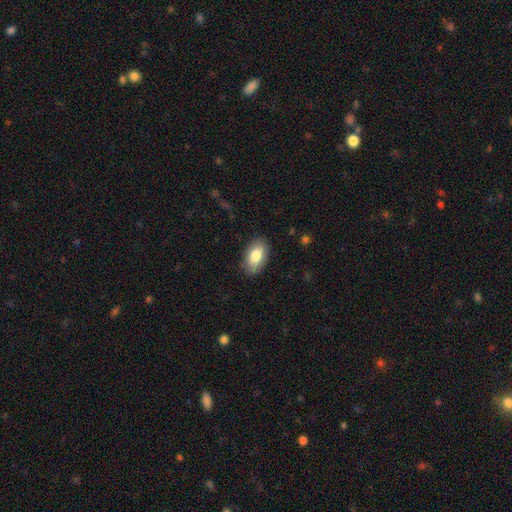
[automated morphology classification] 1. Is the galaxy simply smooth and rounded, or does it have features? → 81% smooth, 12% featured or disk, 6% star or artifact.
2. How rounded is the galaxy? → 93% in between, 5% round, 2% cigar-shaped.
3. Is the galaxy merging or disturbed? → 86% none, 10% minor disturbance, 3% major disturbance, 1% merger.